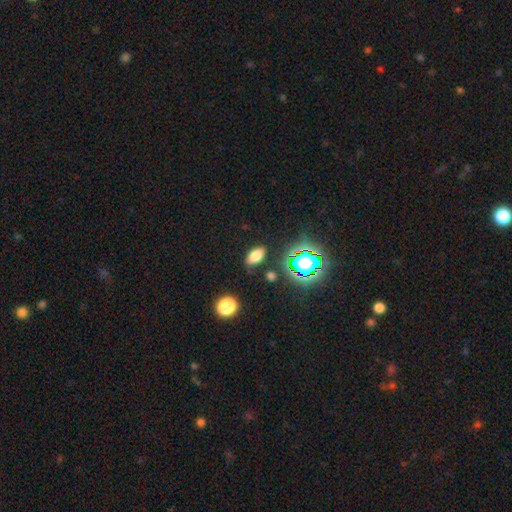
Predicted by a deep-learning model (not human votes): Overall: smooth (72%). How rounded: in between (88%). Merging: none (82%).